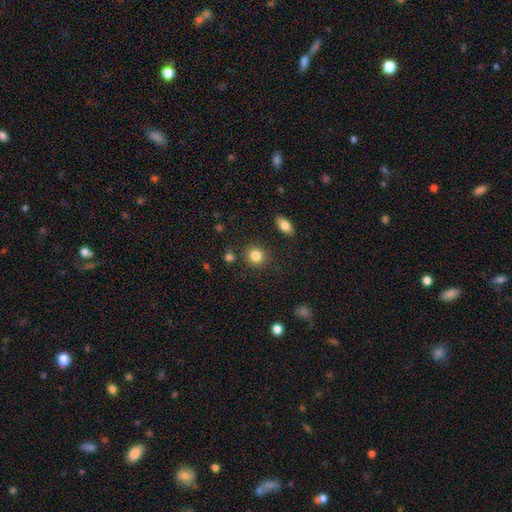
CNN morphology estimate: smooth 85%, star or artifact 10%, featured or disk 6%. Down the decision tree: how rounded — round (86%); merging — none (87%).